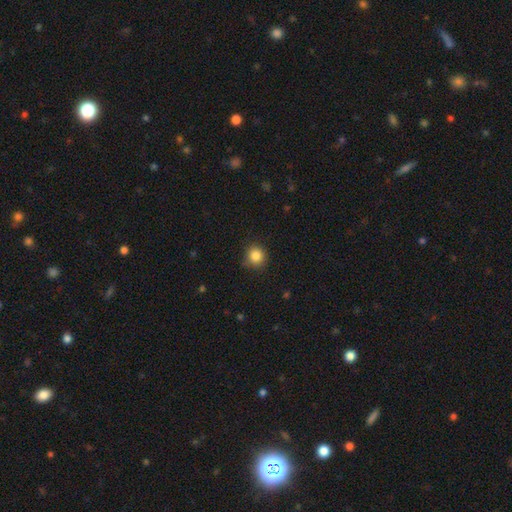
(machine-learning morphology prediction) smooth_or_featured: smooth (p=0.85) [alt: star or artifact p=0.11]
how_rounded: round (p=0.91) [alt: in between p=0.08]
merging: none (p=0.83) [alt: minor disturbance p=0.13]